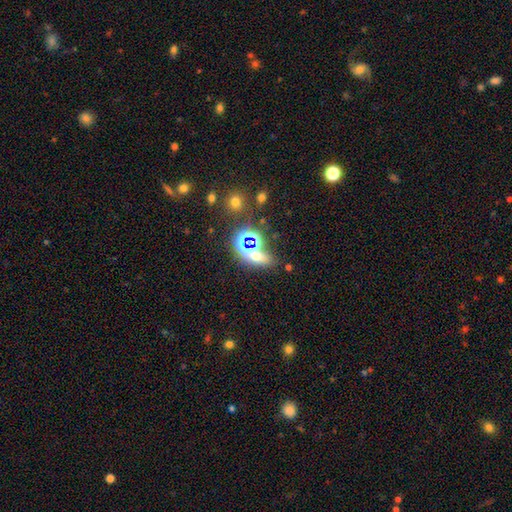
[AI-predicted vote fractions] Q: Smooth or featured?
A: smooth (46%); runner-up: star or artifact (41%)
Q: Merging?
A: none (63%); runner-up: merger (19%)